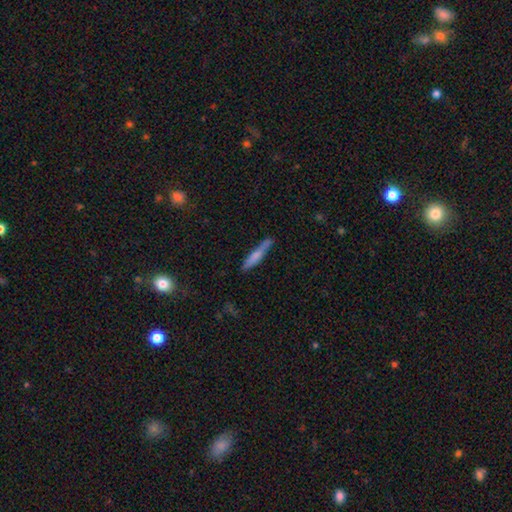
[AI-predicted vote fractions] This is likely a smooth galaxy (66%). How rounded: clearly cigar-shaped (91%). Merging: likely none (77%).